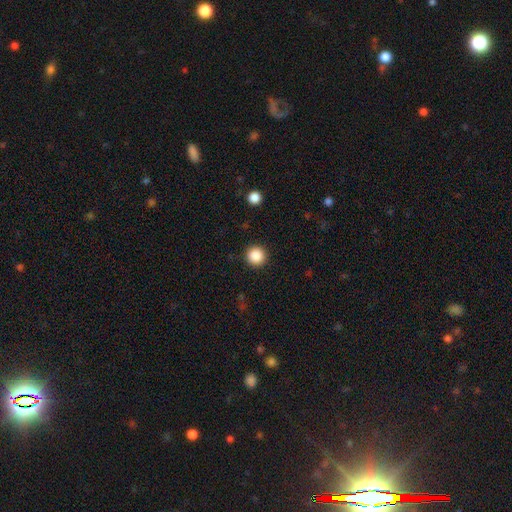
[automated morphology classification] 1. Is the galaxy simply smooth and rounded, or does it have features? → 87% smooth, 10% star or artifact, 3% featured or disk.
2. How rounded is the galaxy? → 95% round, 4% in between, 1% cigar-shaped.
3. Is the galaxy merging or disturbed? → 92% none, 5% minor disturbance, 2% major disturbance, 1% merger.